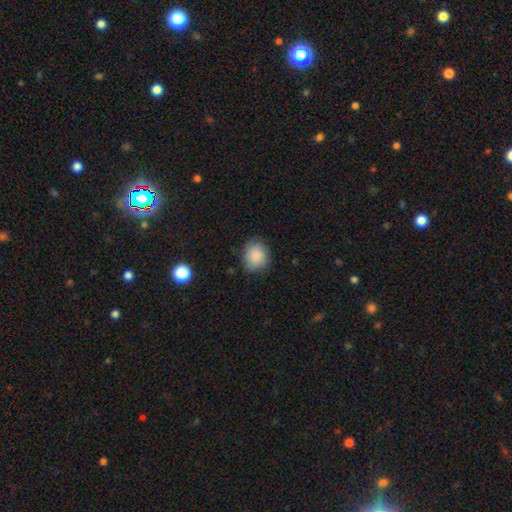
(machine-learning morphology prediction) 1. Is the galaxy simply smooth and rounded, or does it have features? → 87% smooth, 8% star or artifact, 5% featured or disk.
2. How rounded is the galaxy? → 69% round, 30% in between, 1% cigar-shaped.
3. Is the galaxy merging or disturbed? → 77% none, 17% minor disturbance, 4% major disturbance, 1% merger.